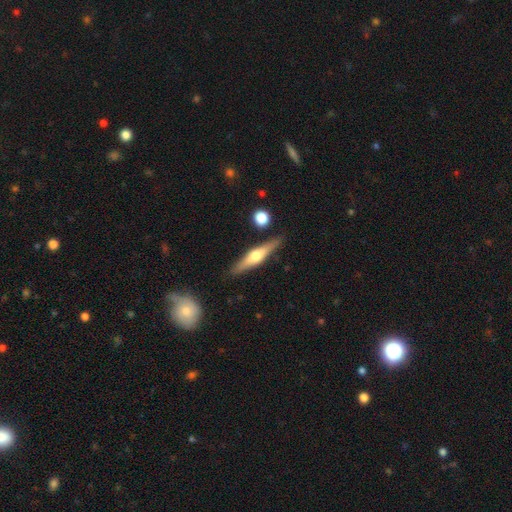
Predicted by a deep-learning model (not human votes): A featured or disk galaxy (65%) viewed edge-on (96%) with a rounded central bulge (91%). Merging: none (86%).